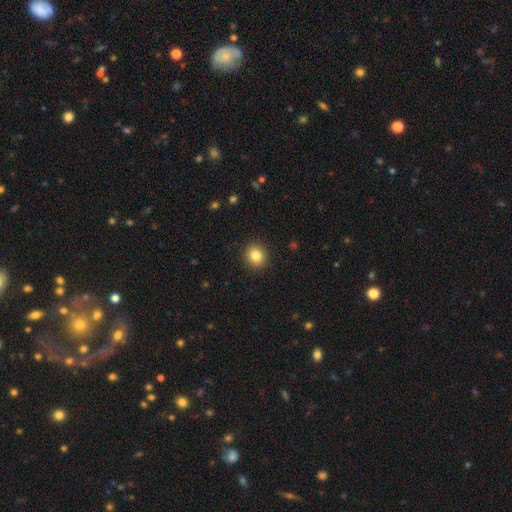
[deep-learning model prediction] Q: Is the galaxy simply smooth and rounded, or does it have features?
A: smooth — 83%.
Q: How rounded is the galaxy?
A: round — 83%.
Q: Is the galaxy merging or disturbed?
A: none — 91%.